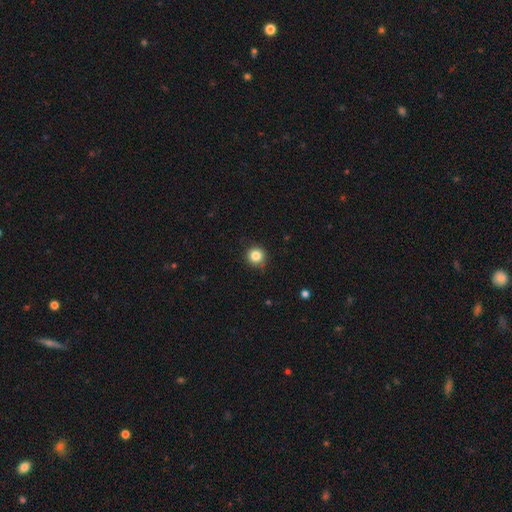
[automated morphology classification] Smooth or featured? smooth (84%)
How rounded? round (94%)
Merging? none (87%)